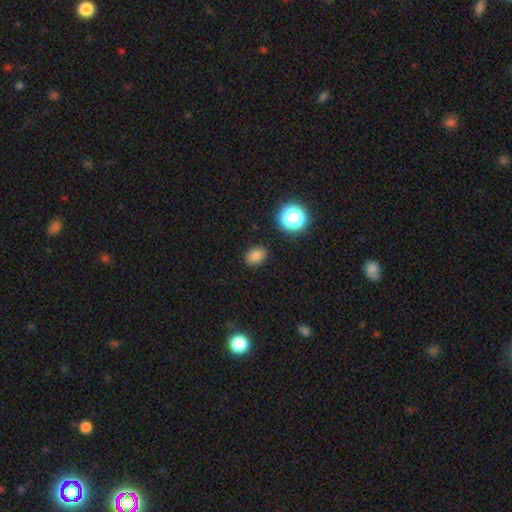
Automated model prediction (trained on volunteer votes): Smooth or featured? Predicted: smooth (p=0.79). How rounded? Predicted: in between (p=0.58). Merging? Predicted: none (p=0.87).